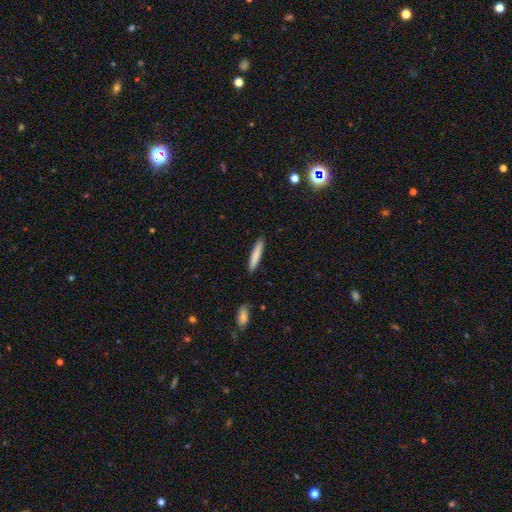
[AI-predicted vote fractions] smooth_or_featured: smooth (p=0.81) [alt: featured or disk p=0.13]
how_rounded: cigar-shaped (p=0.92) [alt: in between p=0.07]
merging: none (p=0.89) [alt: minor disturbance p=0.08]